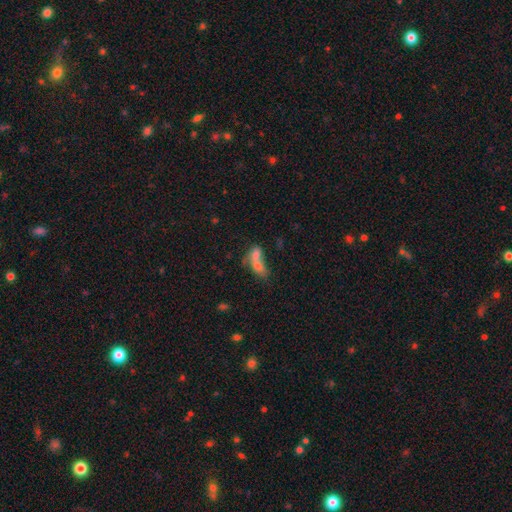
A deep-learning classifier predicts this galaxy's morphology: Smooth or featured? Predicted: smooth (p=0.70). How rounded? Predicted: in between (p=0.76). Merging? Predicted: merger (p=0.71).